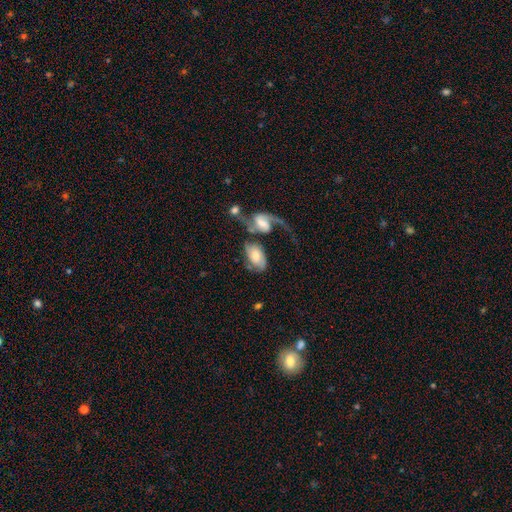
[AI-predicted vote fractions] smooth_or_featured: featured or disk (p=0.48) [alt: smooth p=0.45]
merging: merger (p=0.42) [alt: none p=0.27]